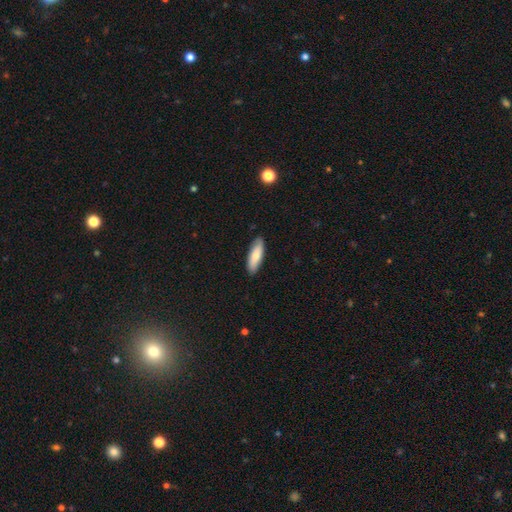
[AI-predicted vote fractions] Q: Smooth or featured?
A: smooth (76%); runner-up: featured or disk (18%)
Q: How rounded?
A: in between (53%); runner-up: cigar-shaped (45%)
Q: Merging?
A: none (87%); runner-up: minor disturbance (10%)